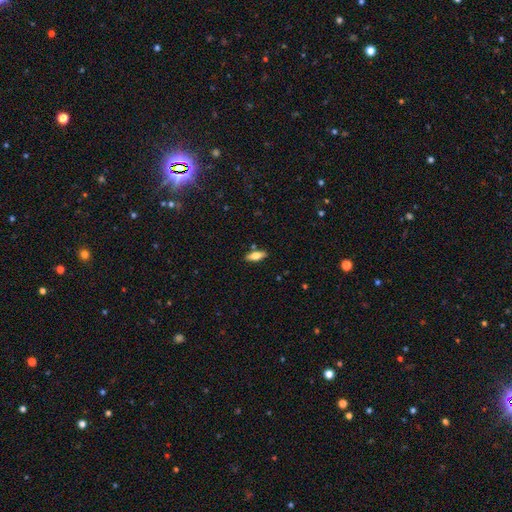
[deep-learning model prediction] The model was most divided on "smooth or featured": smooth: 67%, featured or disk: 26%, star or artifact: 7%. More confident: merging — none (85%); how rounded — in between (72%).